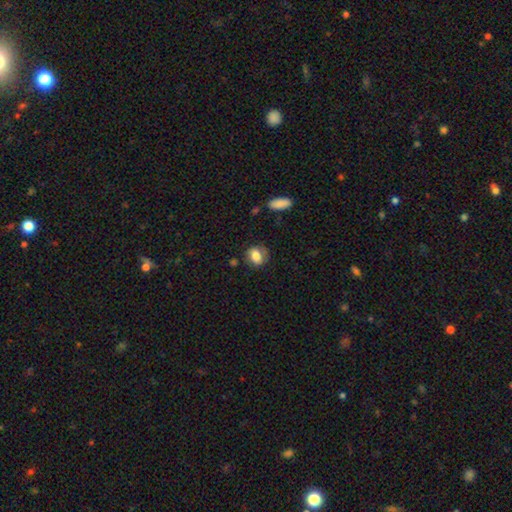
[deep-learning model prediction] smooth 80%, featured or disk 11%, star or artifact 8%. Down the decision tree: how rounded — in between (60%); merging — none (71%).